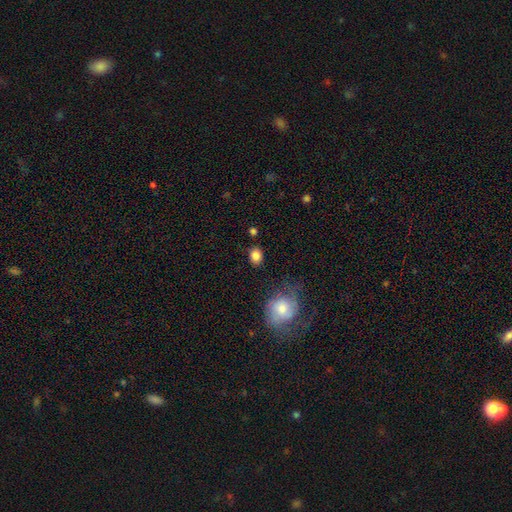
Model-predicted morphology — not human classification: Smooth or featured: smooth — 85% (star or artifact — 10%)
How rounded: in between — 54% (round — 45%)
Merging: none — 83% (minor disturbance — 11%)